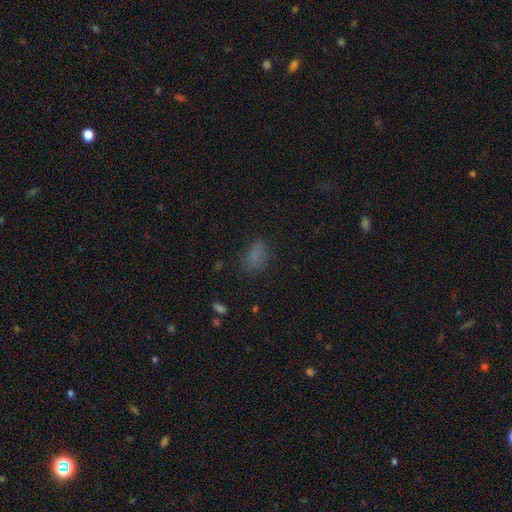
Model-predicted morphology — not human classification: smooth_or_featured: smooth (p=0.78) [alt: star or artifact p=0.16]
how_rounded: in between (p=0.86) [alt: round p=0.08]
merging: none (p=0.73) [alt: minor disturbance p=0.17]